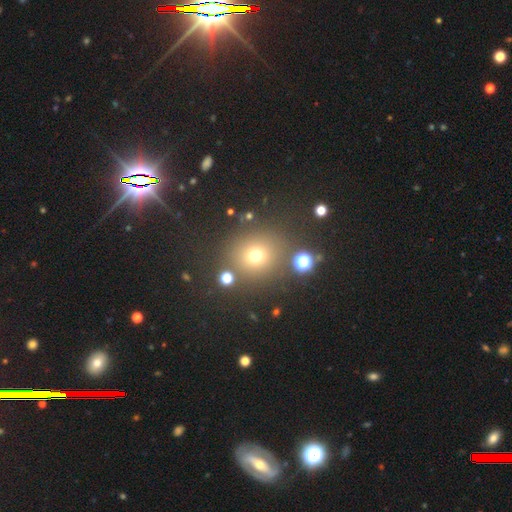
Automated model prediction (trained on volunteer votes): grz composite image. It shows a smooth galaxy with no disk features (68%) that is round (87%). Merging: none (83%).